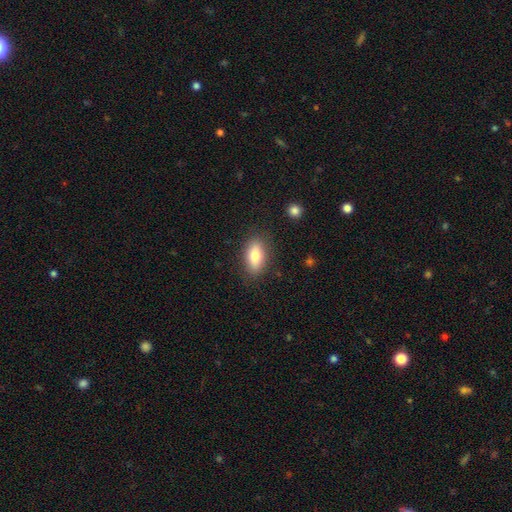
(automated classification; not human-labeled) This is likely a smooth galaxy (78%). How rounded: clearly in between (85%). Merging: clearly none (84%).